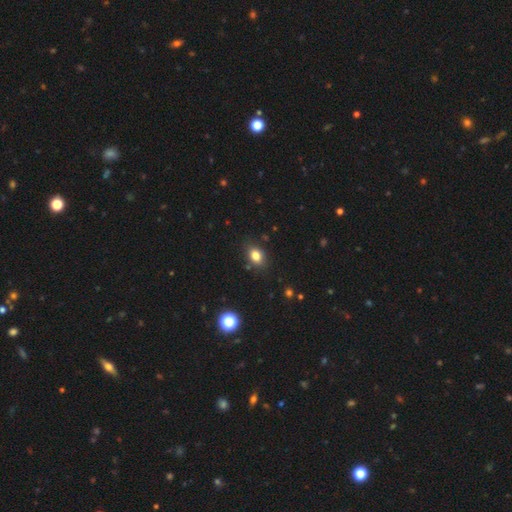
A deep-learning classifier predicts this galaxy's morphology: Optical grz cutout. It shows a smooth galaxy with no disk features (82%) that is in between round and cigar-shaped (68%). Merging: none (84%).